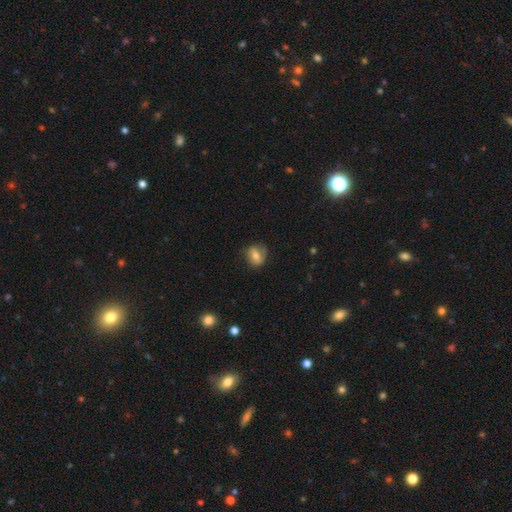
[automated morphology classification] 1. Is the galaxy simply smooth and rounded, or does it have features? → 60% smooth, 31% featured or disk, 9% star or artifact.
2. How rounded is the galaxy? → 57% round, 41% in between, 2% cigar-shaped.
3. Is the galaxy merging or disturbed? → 68% none, 23% minor disturbance, 7% major disturbance, 1% merger.